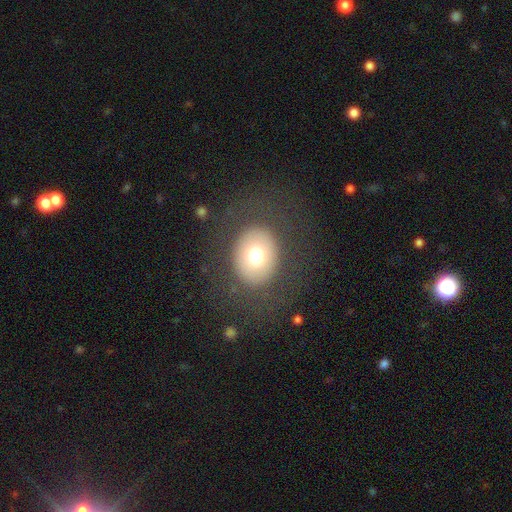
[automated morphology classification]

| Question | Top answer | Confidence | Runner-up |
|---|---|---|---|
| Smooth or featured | smooth | 70% | featured or disk (19%) |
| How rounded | round | 59% | in between (40%) |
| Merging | none | 81% | minor disturbance (9%) |